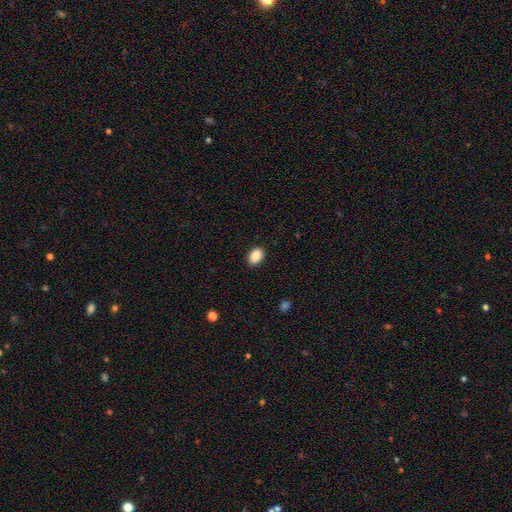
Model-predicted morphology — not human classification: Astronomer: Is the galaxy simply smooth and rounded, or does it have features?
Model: smooth — 89%.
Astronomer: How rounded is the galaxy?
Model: in between — 78%.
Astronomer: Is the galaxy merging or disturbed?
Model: none — 88%.